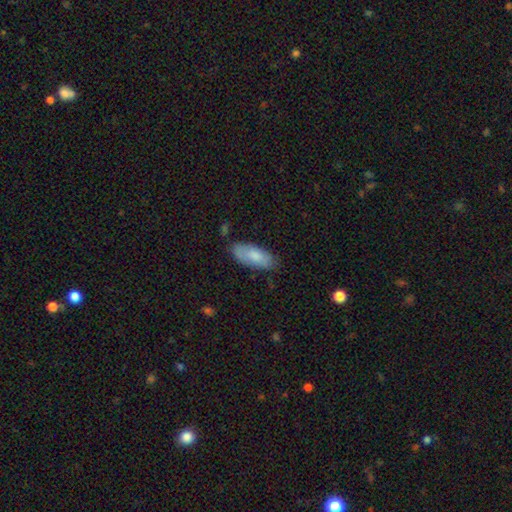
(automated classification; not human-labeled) Q: Smooth or featured?
A: smooth (78%); runner-up: featured or disk (16%)
Q: How rounded?
A: in between (80%); runner-up: cigar-shaped (18%)
Q: Merging?
A: none (78%); runner-up: minor disturbance (17%)